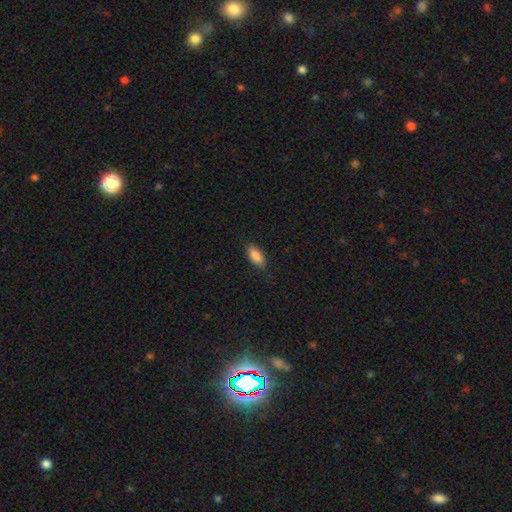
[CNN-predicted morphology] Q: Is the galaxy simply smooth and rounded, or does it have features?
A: smooth — 87%.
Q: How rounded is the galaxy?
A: in between — 87%.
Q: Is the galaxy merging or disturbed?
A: none — 83%.